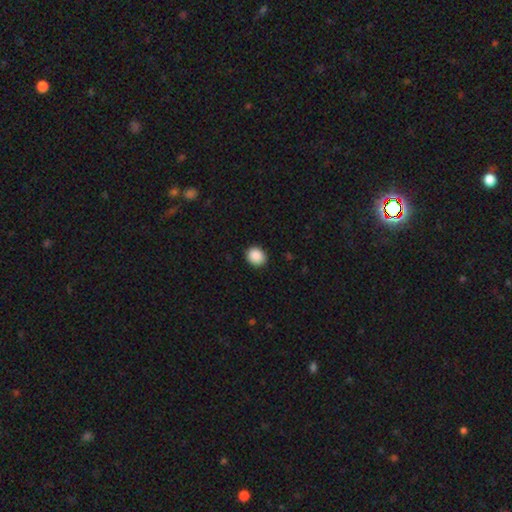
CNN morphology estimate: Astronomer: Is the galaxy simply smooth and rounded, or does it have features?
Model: smooth — 89%.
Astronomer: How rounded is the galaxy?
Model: round — 68%.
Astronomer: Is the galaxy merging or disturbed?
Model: none — 90%.